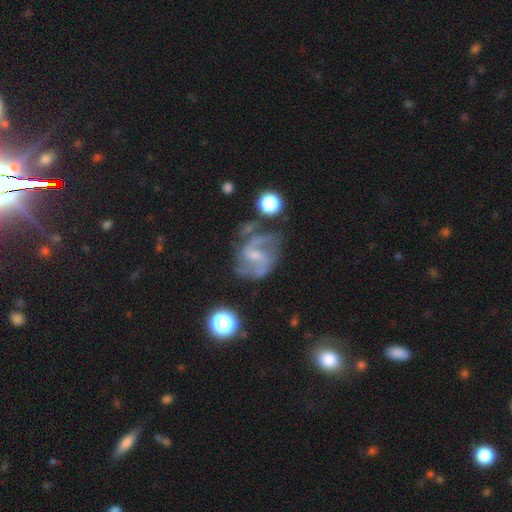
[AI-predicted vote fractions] This appears to be a featured or disk galaxy (84%) with a weak bar (54%), 2 (84%) medium (51%) spiral arms (95%) and a small central bulge (58%). Merging: none (59%).